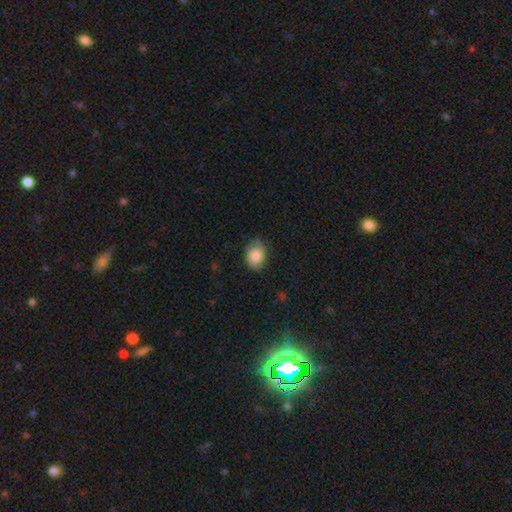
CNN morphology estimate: Smooth or featured: smooth — 80% (featured or disk — 13%)
How rounded: in between — 70% (round — 29%)
Merging: none — 71% (minor disturbance — 23%)